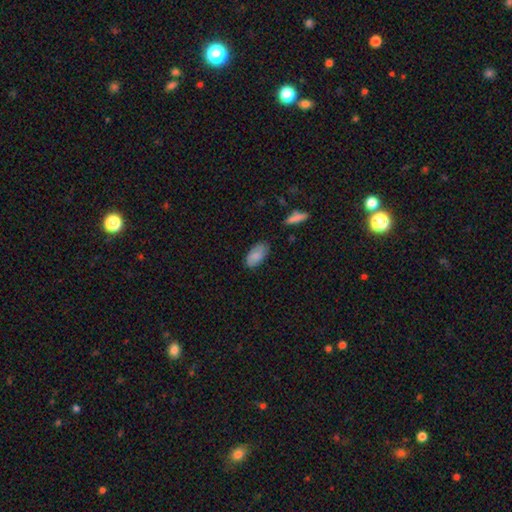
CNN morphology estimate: Q: Smooth or featured?
A: smooth (81%); runner-up: featured or disk (12%)
Q: How rounded?
A: in between (93%); runner-up: cigar-shaped (4%)
Q: Merging?
A: none (73%); runner-up: minor disturbance (21%)